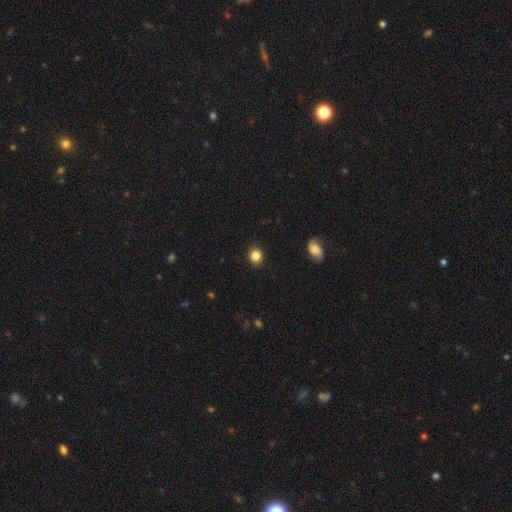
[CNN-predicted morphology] smooth-or-featured: smooth: 86% | star or artifact: 10% | featured or disk: 5%
  how-rounded: round: 78% | in between: 21% | cigar-shaped: 1%
  merging: none: 90% | minor disturbance: 7% | major disturbance: 2% | merger: 1%